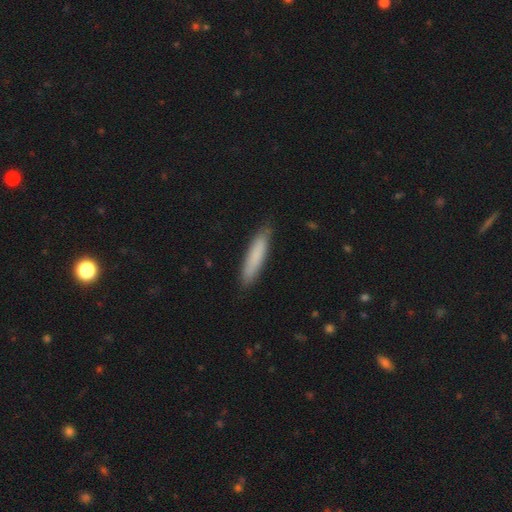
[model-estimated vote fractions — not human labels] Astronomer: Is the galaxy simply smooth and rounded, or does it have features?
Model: smooth — 82%.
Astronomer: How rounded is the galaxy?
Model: cigar-shaped — 83%.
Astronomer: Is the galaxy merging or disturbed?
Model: none — 85%.